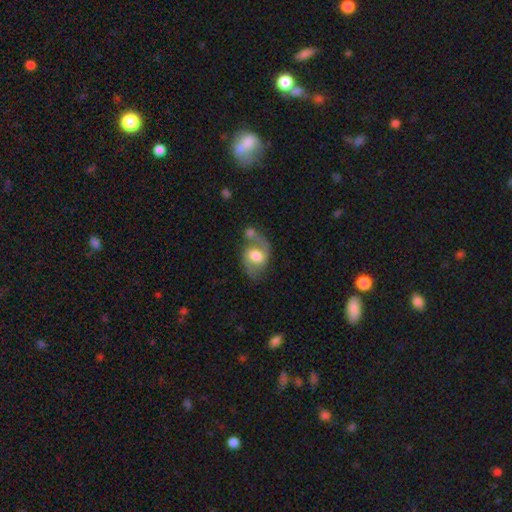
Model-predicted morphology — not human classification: type=featured or disk (61%); edge-on=no (96%); bar=no (48%); spiral arms=yes (81%); bulge=moderate (46%); merging=none (42%).